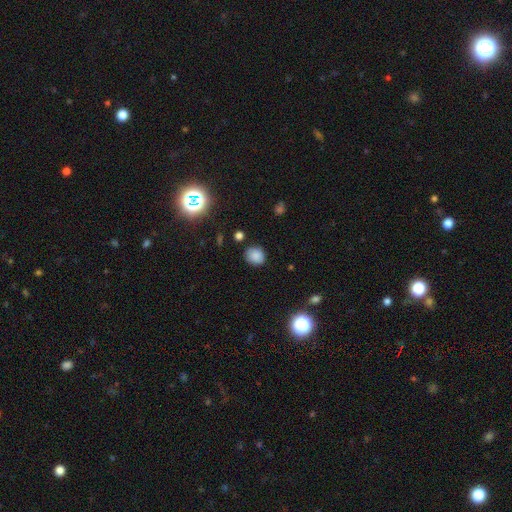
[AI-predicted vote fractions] This is clearly a smooth galaxy (82%). How rounded: likely round (75%). Merging: clearly none (81%).